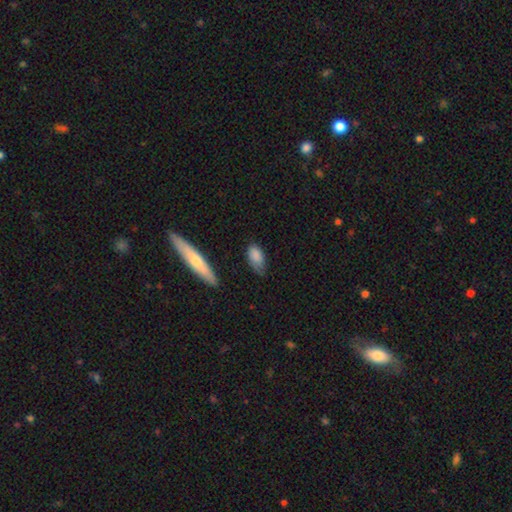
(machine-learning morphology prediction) smooth 83%, featured or disk 10%, star or artifact 7%. Down the decision tree: how rounded — in between (89%); merging — none (60%).